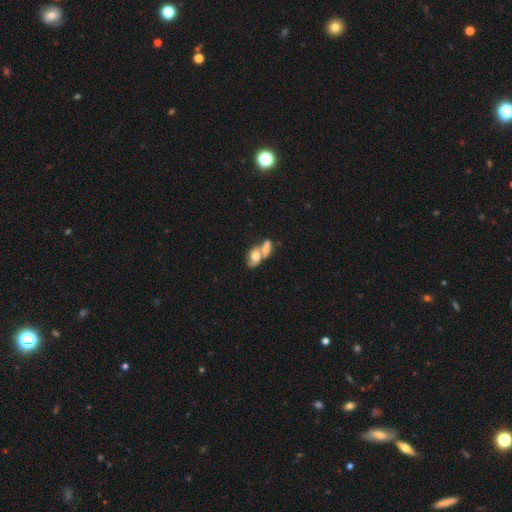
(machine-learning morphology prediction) smooth 57%, featured or disk 35%, star or artifact 9%. Down the decision tree: how rounded — in between (77%); merging — merger (72%).